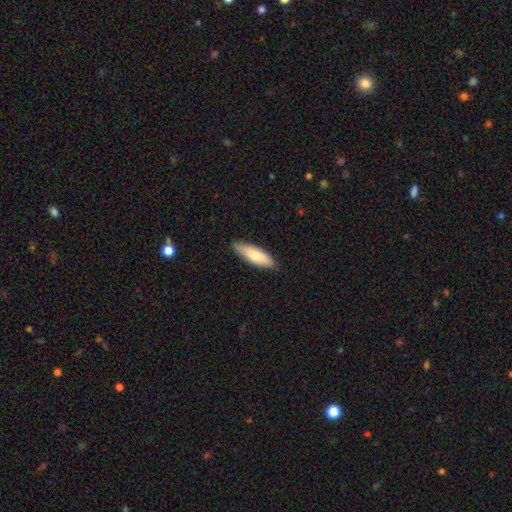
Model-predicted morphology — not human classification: A smooth galaxy with no disk features (77%) that is in between round and cigar-shaped (51%). Merging: none (85%).